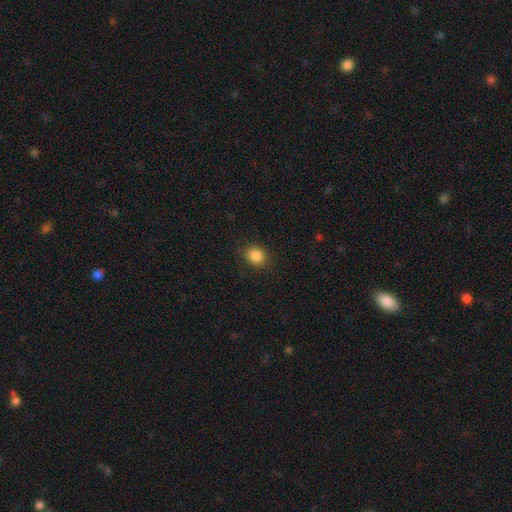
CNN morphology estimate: This is clearly a smooth galaxy (86%). How rounded: possibly round (54%). Merging: clearly none (88%).